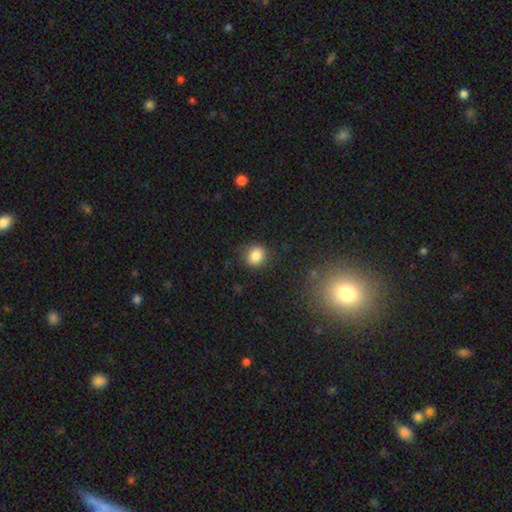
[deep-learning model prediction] This is clearly a smooth galaxy (84%). How rounded: likely round (71%). Merging: likely none (79%).